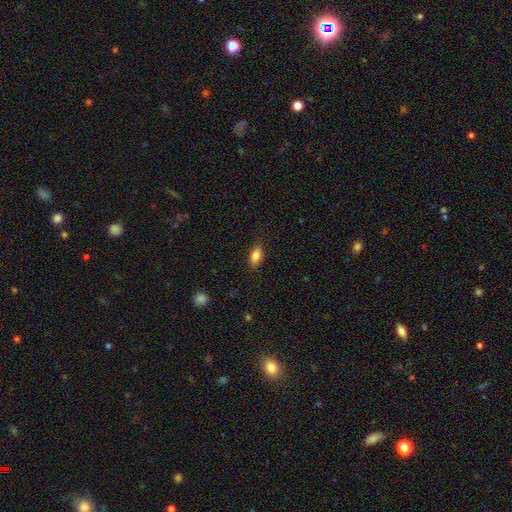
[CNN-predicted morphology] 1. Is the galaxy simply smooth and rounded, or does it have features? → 82% smooth, 10% featured or disk, 8% star or artifact.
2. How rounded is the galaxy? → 86% in between, 8% cigar-shaped, 6% round.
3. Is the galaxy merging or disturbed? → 85% none, 11% minor disturbance, 3% major disturbance, 1% merger.